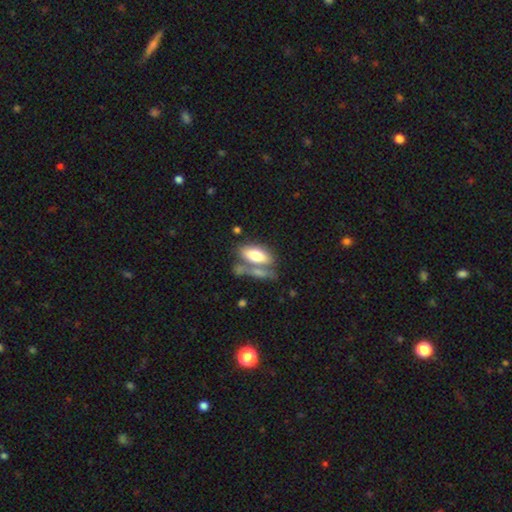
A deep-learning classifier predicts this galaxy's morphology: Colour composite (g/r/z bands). It shows a smooth galaxy with no disk features (70%) that is in between round and cigar-shaped (81%). Merging: none (46%).